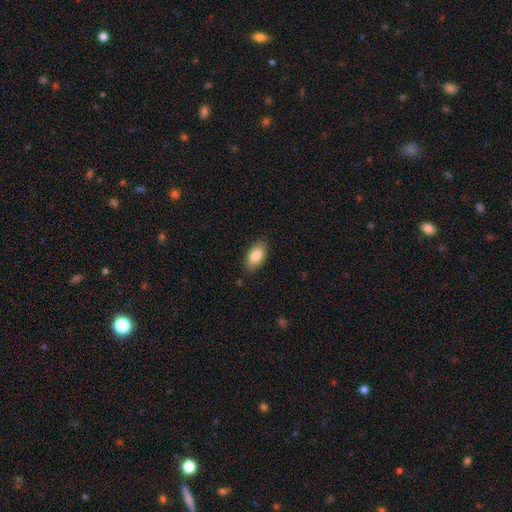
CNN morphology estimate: smooth 85%, featured or disk 8%, star or artifact 7%. Down the decision tree: how rounded — in between (93%); merging — none (85%).